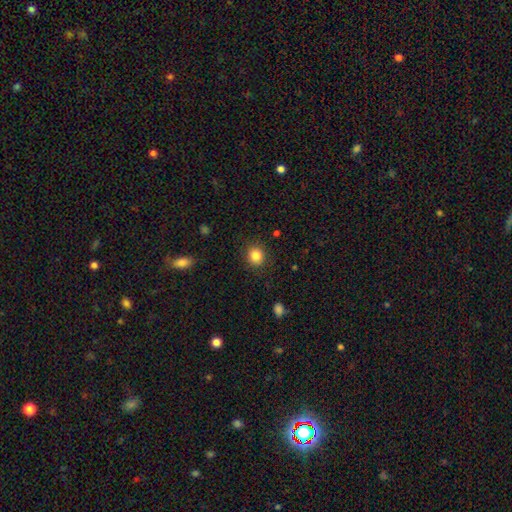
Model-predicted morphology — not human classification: A smooth galaxy with no disk features (85%) that is round (84%). Merging: none (88%).